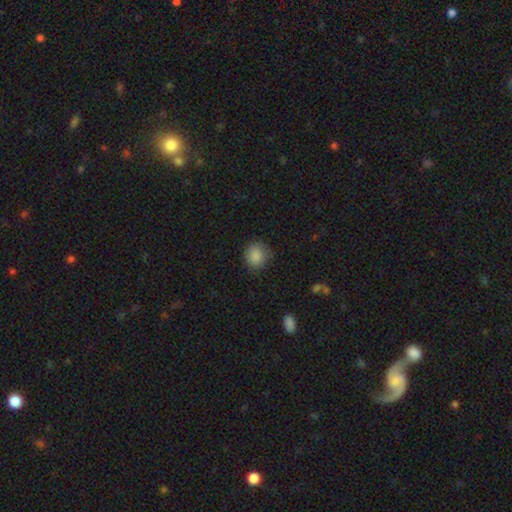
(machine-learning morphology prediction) This is clearly a smooth galaxy (87%). How rounded: clearly round (84%). Merging: likely none (80%).